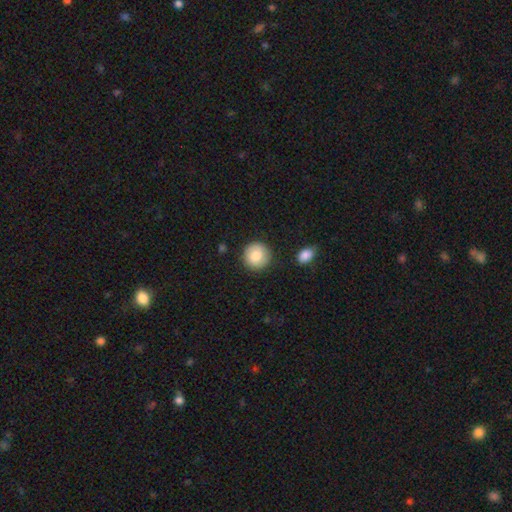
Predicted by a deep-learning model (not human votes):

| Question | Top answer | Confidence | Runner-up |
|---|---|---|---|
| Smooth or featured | smooth | 81% | featured or disk (11%) |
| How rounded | round | 93% | in between (6%) |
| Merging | none | 86% | minor disturbance (9%) |